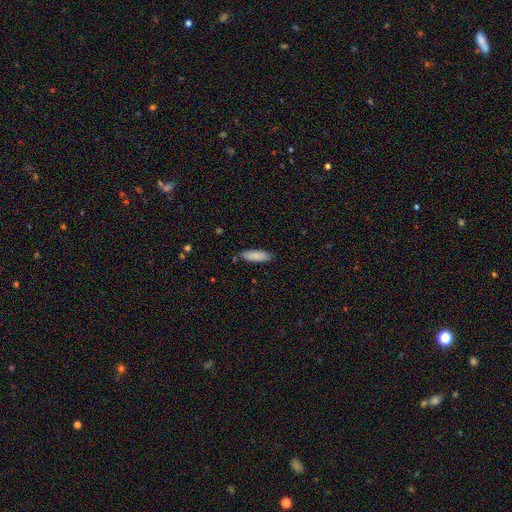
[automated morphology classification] A smooth galaxy with no disk features (87%) that is in between round and cigar-shaped (60%). Merging: none (84%).